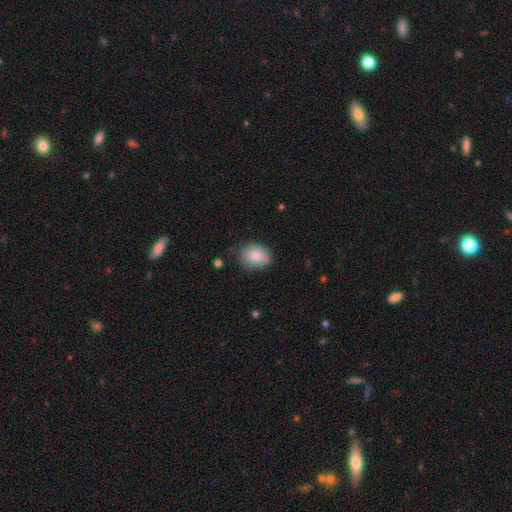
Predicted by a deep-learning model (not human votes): smooth_or_featured: smooth (p=0.84) [alt: featured or disk p=0.09]
how_rounded: in between (p=0.51) [alt: round p=0.48]
merging: none (p=0.72) [alt: minor disturbance p=0.22]